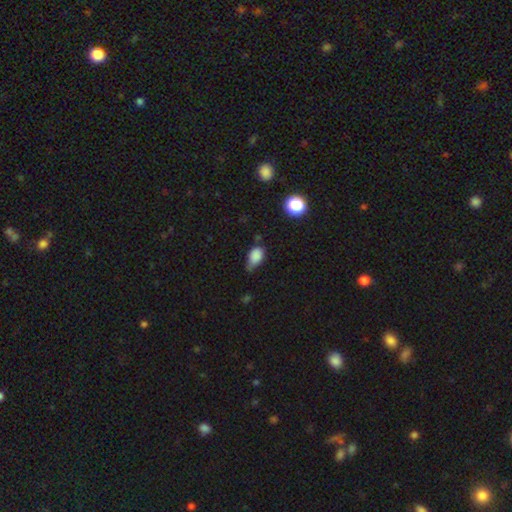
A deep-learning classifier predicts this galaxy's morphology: This appears to be a smooth galaxy with no disk features (82%) that is in between round and cigar-shaped (78%). Merging: minor disturbance (49%).